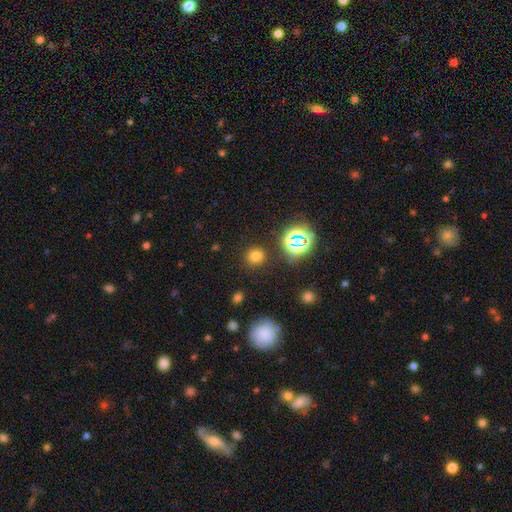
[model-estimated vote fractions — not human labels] This is likely a smooth galaxy (70%). How rounded: clearly round (91%). Merging: clearly none (88%).